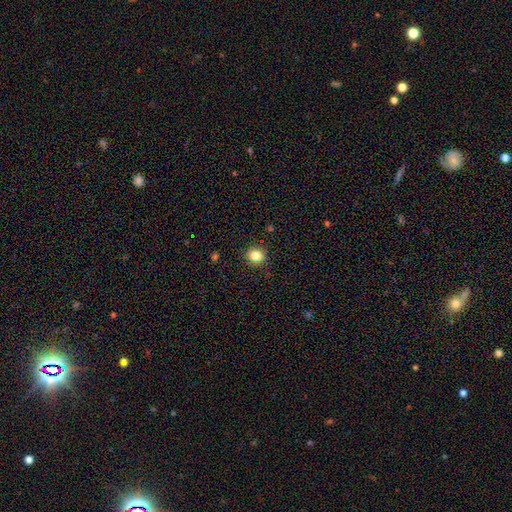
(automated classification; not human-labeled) The model was most divided on "how rounded": round: 78%, in between: 21%, cigar-shaped: 1%. More confident: merging — none (89%); smooth or featured — smooth (83%).